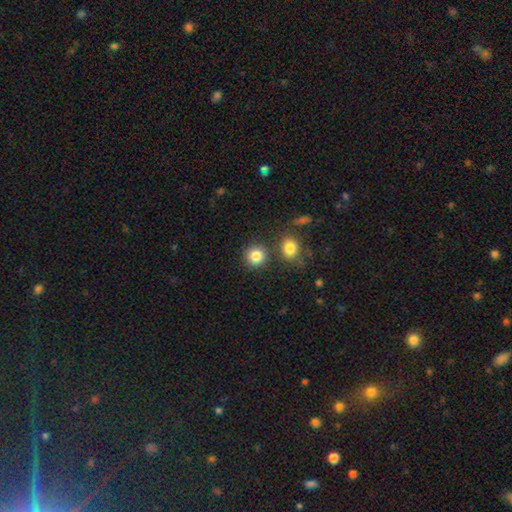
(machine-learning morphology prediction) This is clearly a smooth galaxy (84%). How rounded: clearly round (89%). Merging: likely none (78%).